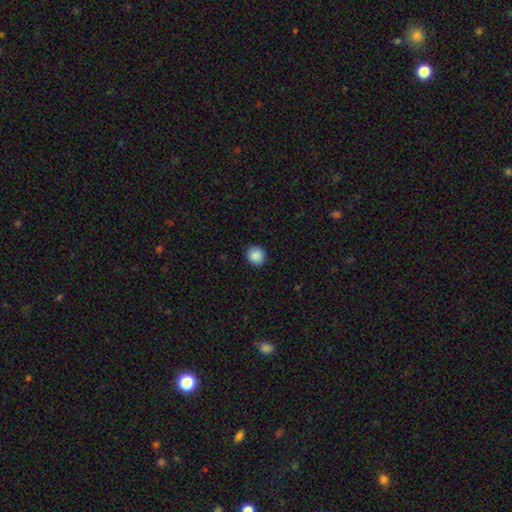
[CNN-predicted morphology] type=smooth (88%); roundness=round (86%); merging=none (89%).